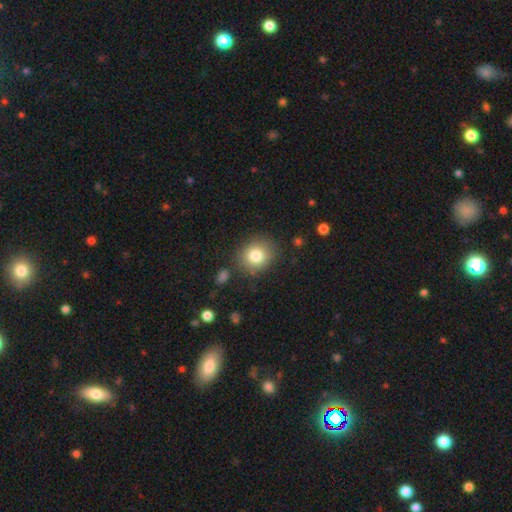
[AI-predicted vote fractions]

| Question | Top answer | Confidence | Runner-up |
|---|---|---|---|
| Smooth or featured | smooth | 81% | star or artifact (10%) |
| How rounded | round | 70% | in between (29%) |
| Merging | none | 81% | minor disturbance (12%) |